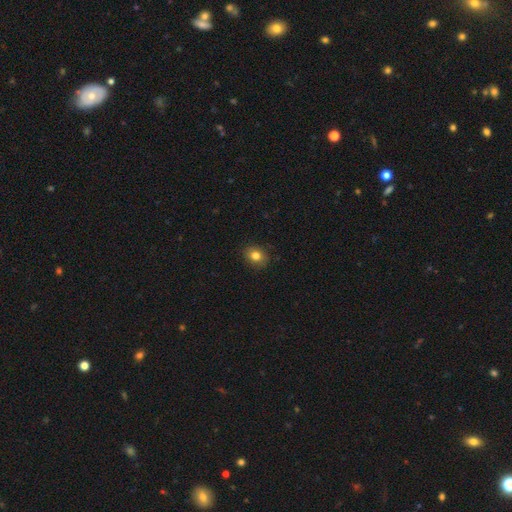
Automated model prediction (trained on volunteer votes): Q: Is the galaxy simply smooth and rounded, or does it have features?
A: smooth — 81%.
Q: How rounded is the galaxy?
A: round — 57%.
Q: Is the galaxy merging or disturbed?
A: none — 87%.